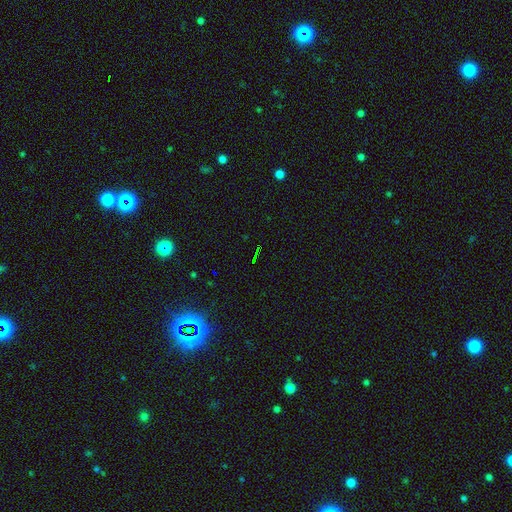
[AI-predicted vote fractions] Smooth or featured? Predicted: star or artifact (p=0.76).